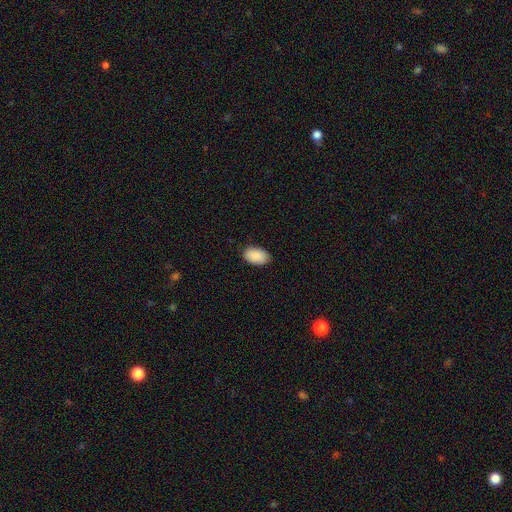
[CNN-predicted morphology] A smooth galaxy with no disk features (90%) that is in between round and cigar-shaped (94%).

Vote fractions:
- Smooth or featured? smooth: 90% / star or artifact: 6% / featured or disk: 4%
- How rounded? in between: 94% / round: 5% / cigar-shaped: 1%
- Merging? none: 87% / minor disturbance: 10% / major disturbance: 2% / merger: 1%